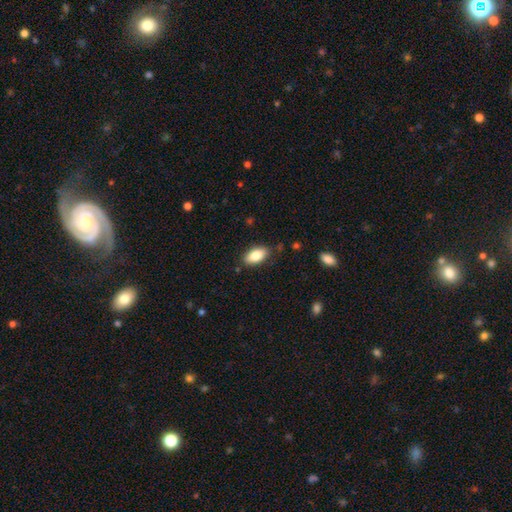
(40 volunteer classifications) A smooth galaxy with no disk features (92%) that is in between round and cigar-shaped (95%).

Vote fractions:
- Smooth or featured? smooth: 92% / featured or disk: 5% / star or artifact: 2%
- How rounded? in between: 95% / round: 3% / cigar-shaped: 3%
- Merging? none: 85% / minor disturbance: 15% / major disturbance: 0% / merger: 0%